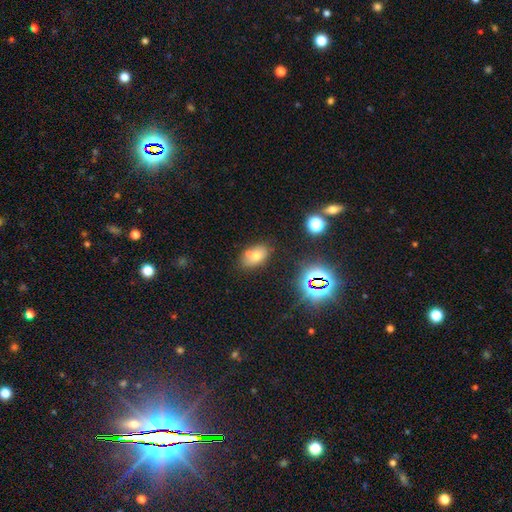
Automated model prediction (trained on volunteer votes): This appears to be a smooth galaxy with no disk features (64%) that is in between round and cigar-shaped (84%). Merging: none (60%).